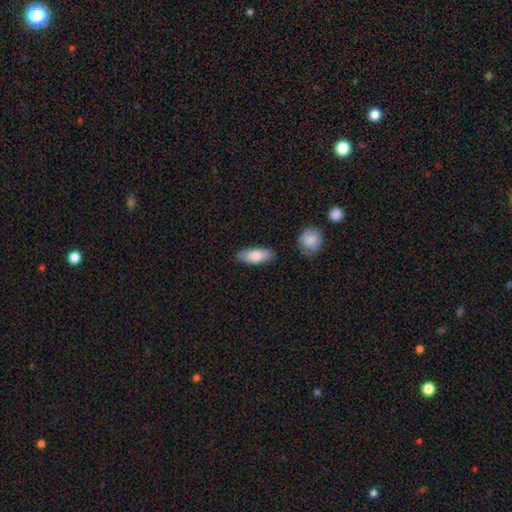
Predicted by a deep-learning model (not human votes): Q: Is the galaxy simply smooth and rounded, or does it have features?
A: smooth — 81%.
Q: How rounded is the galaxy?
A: in between — 76%.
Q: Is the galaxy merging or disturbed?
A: none — 81%.